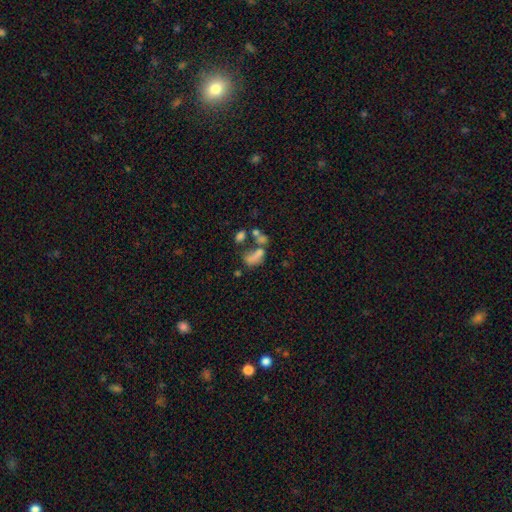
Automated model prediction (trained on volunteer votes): A smooth galaxy with no disk features (60%) that is in between round and cigar-shaped (80%). Merging: merger (47%).